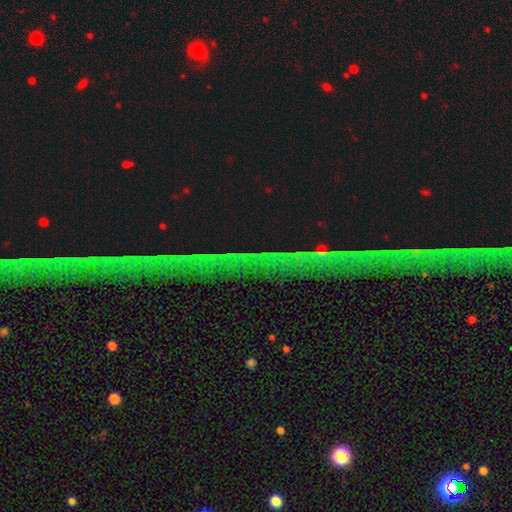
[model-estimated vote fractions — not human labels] This appears to be a star or artifact, not a galaxy (73%).